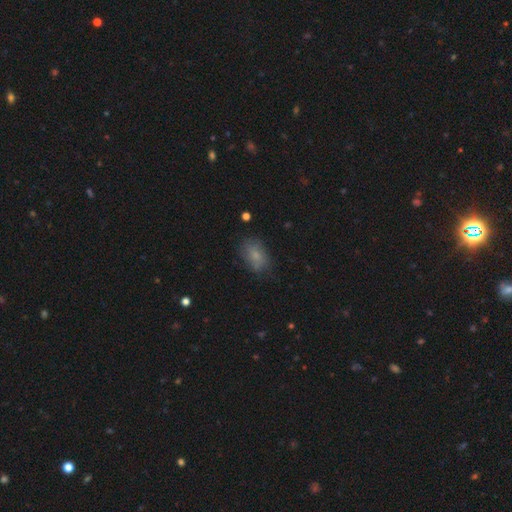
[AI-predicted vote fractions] smooth-or-featured: smooth: 75% | featured or disk: 16% | star or artifact: 10%
  how-rounded: in between: 87% | round: 11% | cigar-shaped: 2%
  merging: none: 73% | minor disturbance: 20% | major disturbance: 6% | merger: 2%